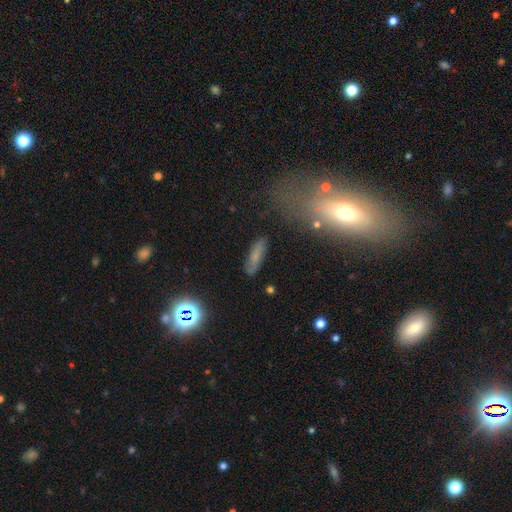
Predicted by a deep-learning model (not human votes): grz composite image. It shows a smooth galaxy with no disk features (63%) that is cigar-shaped (61%). Merging: none (77%).